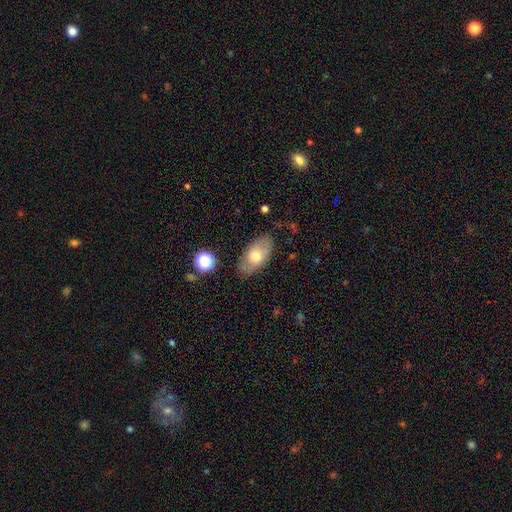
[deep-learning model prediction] Smooth or featured? smooth (63%)
How rounded? in between (91%)
Merging? none (75%)